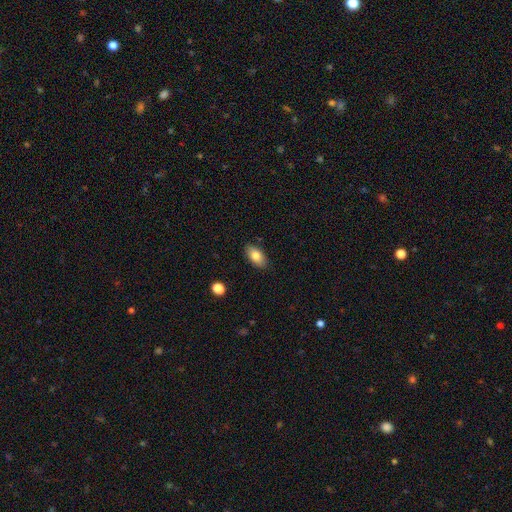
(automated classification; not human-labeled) Overall: smooth (81%). How rounded: in between (93%). Merging: none (87%).